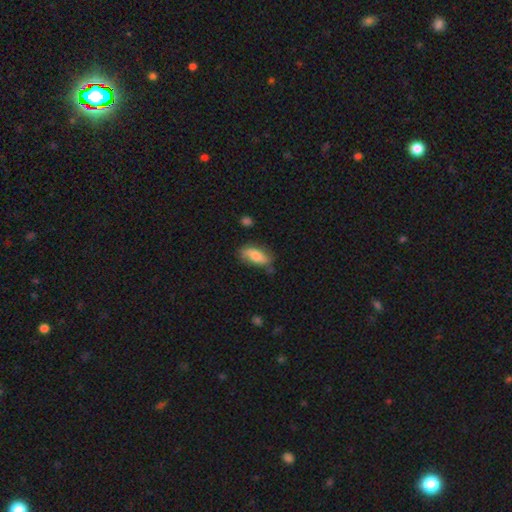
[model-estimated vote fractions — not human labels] Morphology: type=smooth (70%); roundness=in between (79%); merging=none (67%).